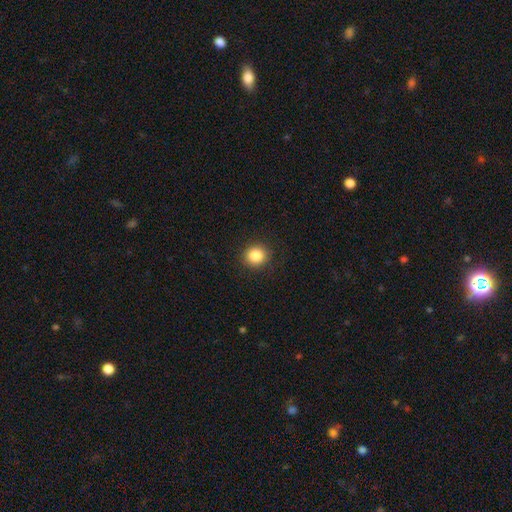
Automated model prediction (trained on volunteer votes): The model was most divided on "smooth or featured": smooth: 85%, star or artifact: 10%, featured or disk: 5%. More confident: merging — none (91%); how rounded — round (88%).